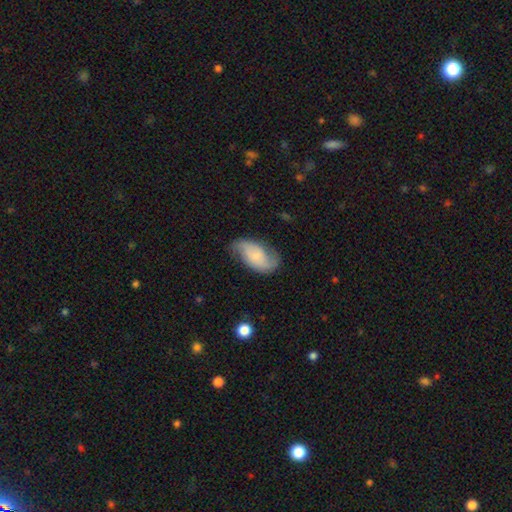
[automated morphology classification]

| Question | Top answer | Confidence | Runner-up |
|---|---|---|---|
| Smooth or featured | featured or disk | 65% | smooth (29%) |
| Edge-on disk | no | 96% | yes (4%) |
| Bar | no | 64% | weak (29%) |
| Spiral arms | yes | 92% | no (8%) |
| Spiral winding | loose | 46% | medium (37%) |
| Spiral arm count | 2 | 87% | can't tell (6%) |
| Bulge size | small | 62% | moderate (21%) |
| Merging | none | 68% | minor disturbance (22%) |